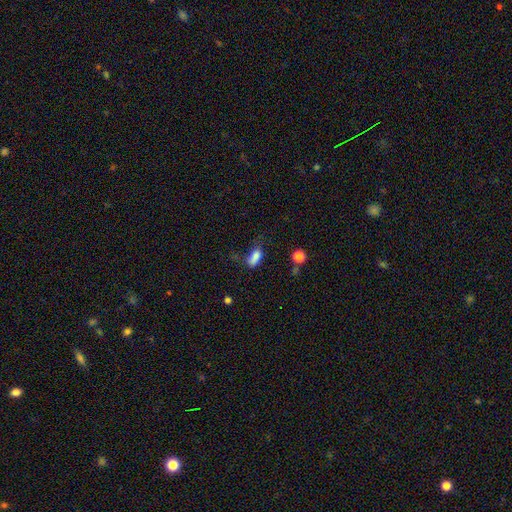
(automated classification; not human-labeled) A smooth galaxy with no disk features (80%) that is in between round and cigar-shaped (82%). Merging: none (40%).